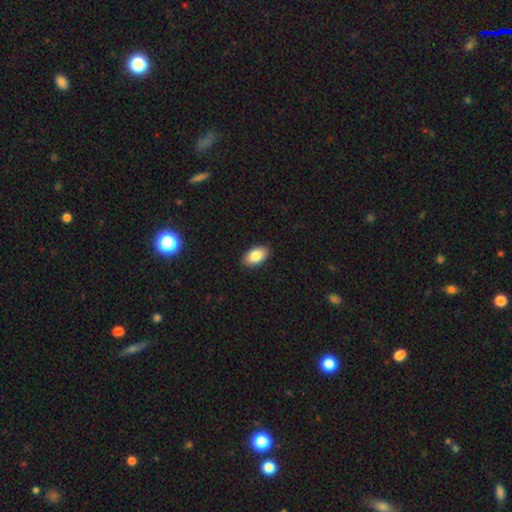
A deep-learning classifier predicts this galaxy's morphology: smooth_or_featured: smooth (p=0.85) [alt: featured or disk p=0.08]
how_rounded: in between (p=0.94) [alt: round p=0.04]
merging: none (p=0.90) [alt: minor disturbance p=0.08]